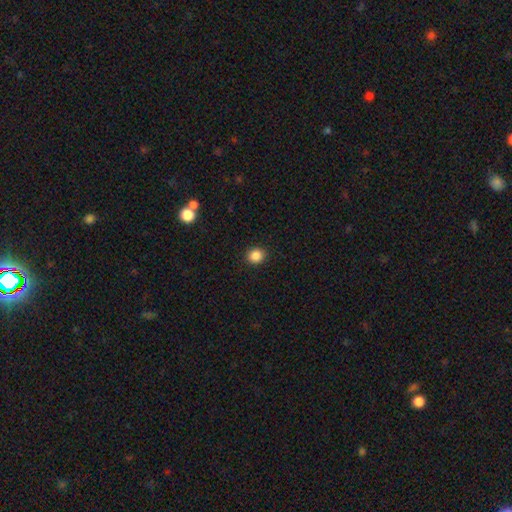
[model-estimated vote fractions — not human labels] A smooth galaxy with no disk features (87%) that is round (86%). Merging: none (92%).